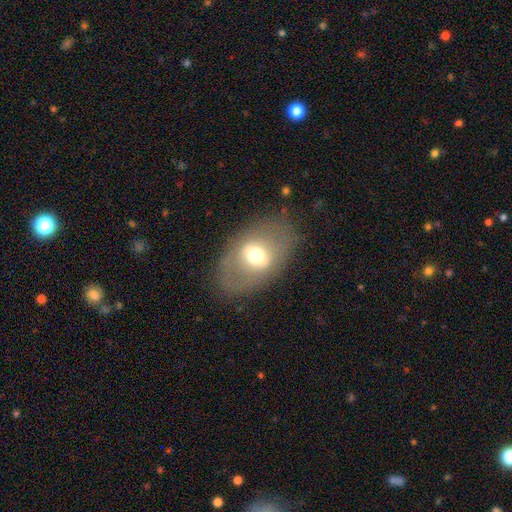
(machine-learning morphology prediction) The model was most divided on "smooth or featured": smooth: 48%, featured or disk: 43%, star or artifact: 9%. More confident: merging — none (77%).